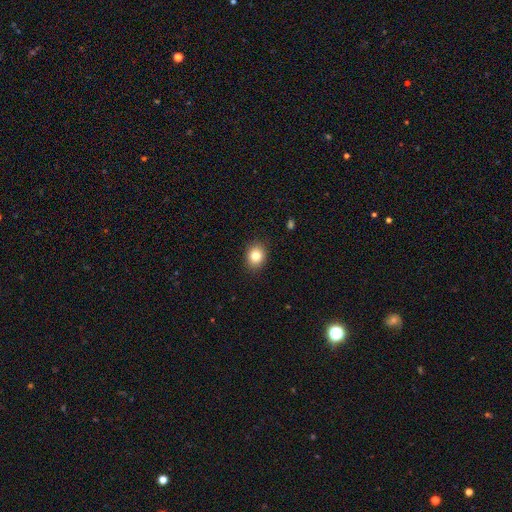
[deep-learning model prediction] Morphology: type=smooth (83%); roundness=round (57%); merging=none (89%).